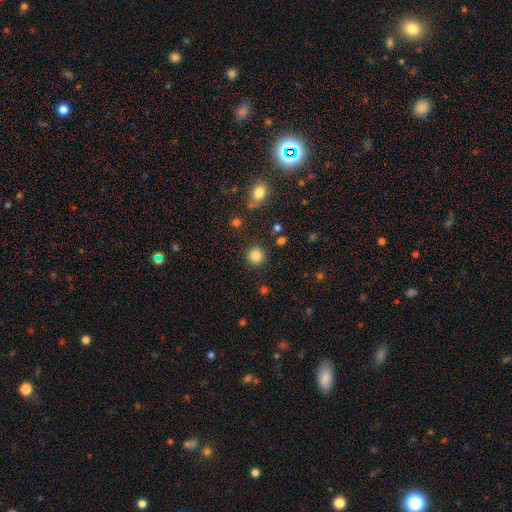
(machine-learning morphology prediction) A smooth galaxy with no disk features (84%) that is round (93%). Merging: none (89%).